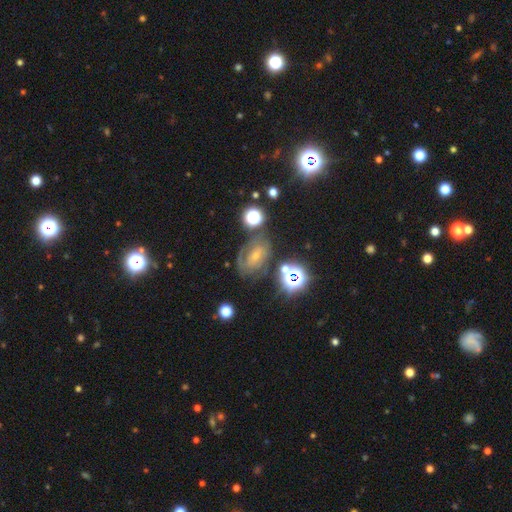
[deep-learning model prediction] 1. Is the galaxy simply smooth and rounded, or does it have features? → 60% featured or disk, 20% star or artifact, 20% smooth.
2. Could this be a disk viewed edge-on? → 96% no, 4% yes.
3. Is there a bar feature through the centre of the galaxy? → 43% no, 41% weak, 17% strong.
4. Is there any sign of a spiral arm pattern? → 82% yes, 18% no.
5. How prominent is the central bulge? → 67% small, 25% moderate, 5% none, 2% large, 1% dominant.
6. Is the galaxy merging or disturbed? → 59% none, 21% minor disturbance, 13% major disturbance, 7% merger.